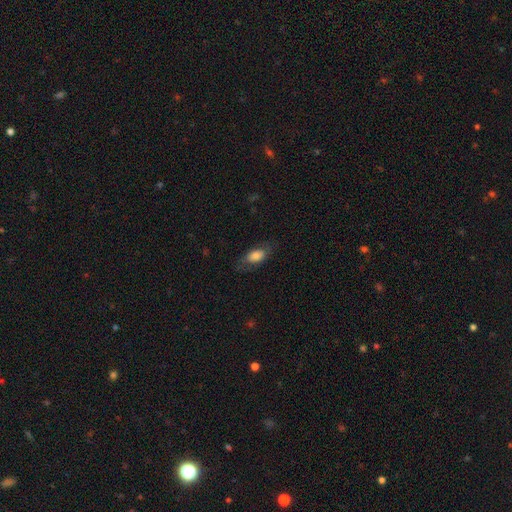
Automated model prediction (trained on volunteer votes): Overall: smooth (74%). How rounded: in between (87%). Merging: none (69%).